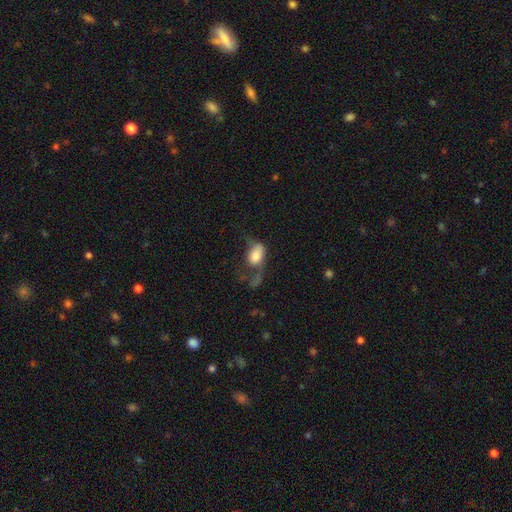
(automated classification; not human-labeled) Q: Smooth or featured?
A: smooth (70%); runner-up: featured or disk (21%)
Q: How rounded?
A: in between (82%); runner-up: round (16%)
Q: Merging?
A: major disturbance (54%); runner-up: minor disturbance (20%)